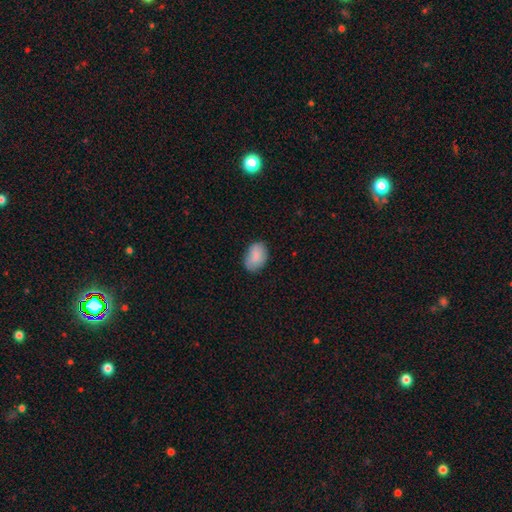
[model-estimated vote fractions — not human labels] Morphology: type=smooth (86%); roundness=in between (83%); merging=none (76%).